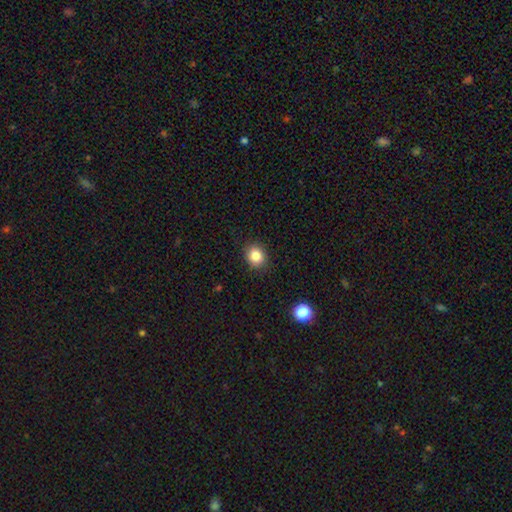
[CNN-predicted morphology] smooth-or-featured: smooth: 84% | star or artifact: 10% | featured or disk: 6%
  how-rounded: round: 72% | in between: 27% | cigar-shaped: 1%
  merging: none: 89% | minor disturbance: 8% | major disturbance: 2% | merger: 1%